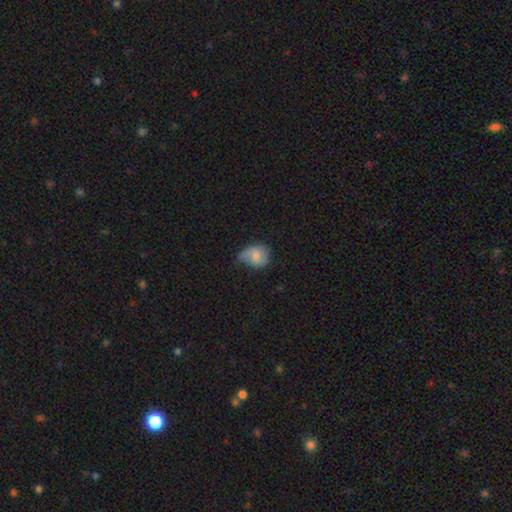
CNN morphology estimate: smooth_or_featured: smooth (p=0.62) [alt: featured or disk p=0.31]
how_rounded: in between (p=0.50) [alt: round p=0.49]
merging: minor disturbance (p=0.44) [alt: none p=0.36]